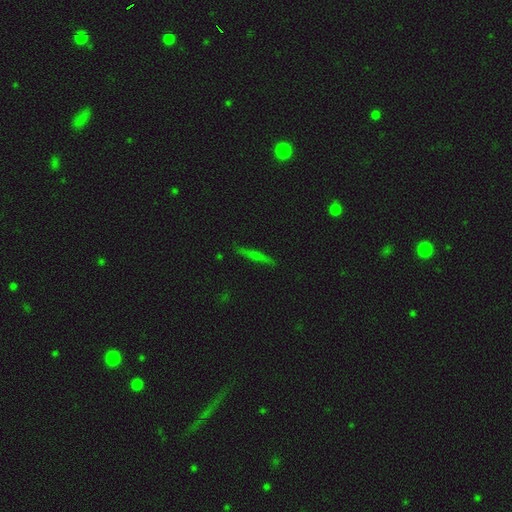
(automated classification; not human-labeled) Overall: smooth (46%; featured or disk 43%). Merging: none (88%).